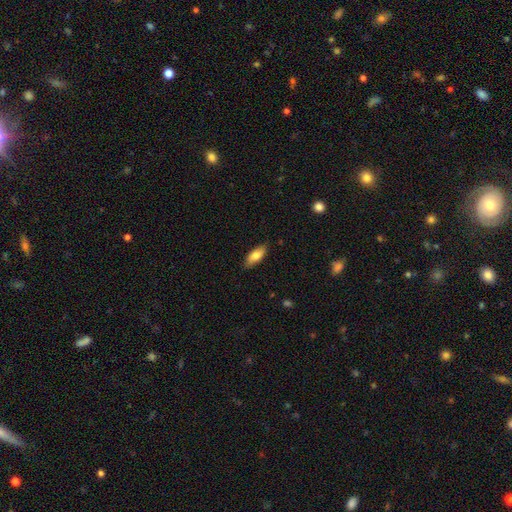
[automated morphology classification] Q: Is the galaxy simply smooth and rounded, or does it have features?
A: smooth — 79%.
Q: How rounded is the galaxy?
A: in between — 79%.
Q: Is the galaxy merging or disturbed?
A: none — 85%.